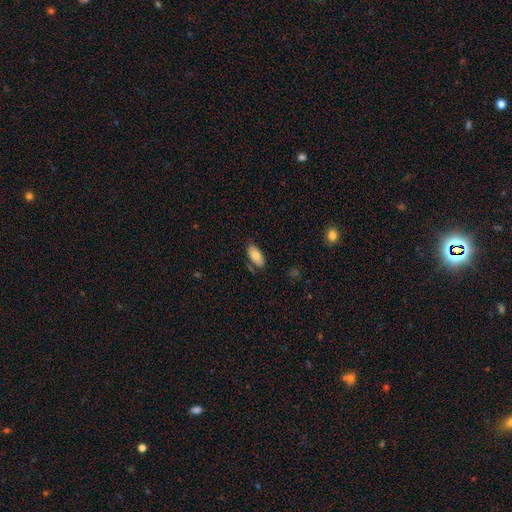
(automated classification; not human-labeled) A smooth galaxy with no disk features (80%) that is in between round and cigar-shaped (93%). Merging: none (75%).